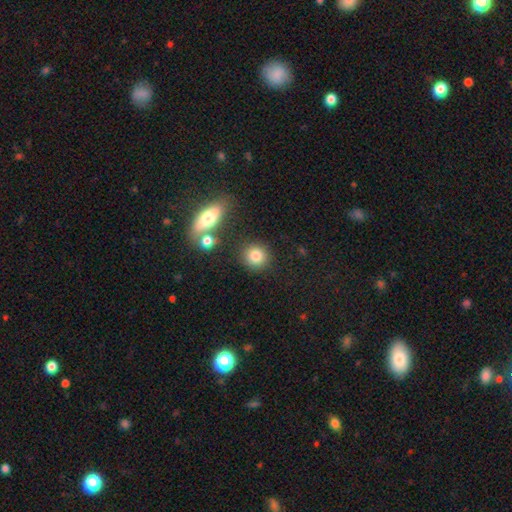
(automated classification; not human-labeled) Smooth or featured? smooth (83%)
How rounded? round (86%)
Merging? none (81%)